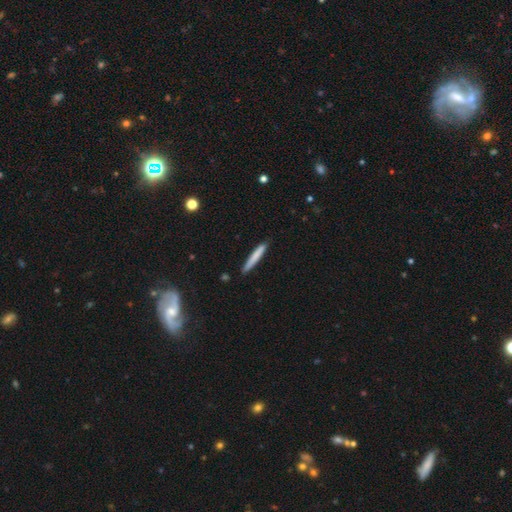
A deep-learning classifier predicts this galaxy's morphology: Smooth or featured? smooth (76%)
How rounded? cigar-shaped (96%)
Merging? none (87%)